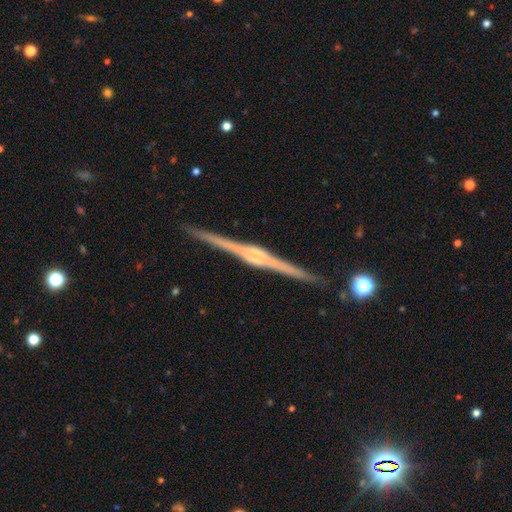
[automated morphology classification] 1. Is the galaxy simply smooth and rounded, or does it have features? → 88% featured or disk, 7% smooth, 5% star or artifact.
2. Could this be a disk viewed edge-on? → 99% yes, 1% no.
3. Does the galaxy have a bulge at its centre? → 53% rounded, 38% boxy, 9% none.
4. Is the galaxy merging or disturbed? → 90% none, 7% minor disturbance, 1% major disturbance, 1% merger.